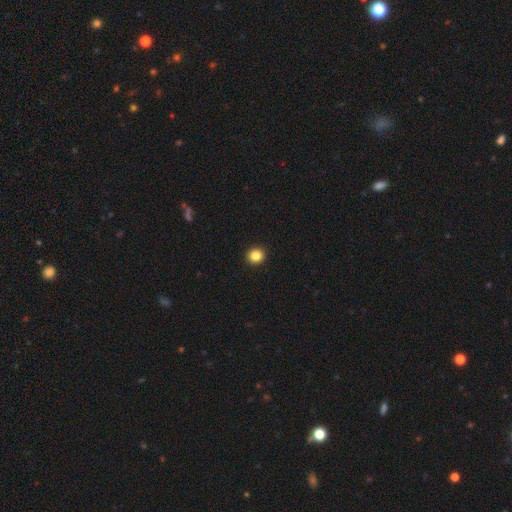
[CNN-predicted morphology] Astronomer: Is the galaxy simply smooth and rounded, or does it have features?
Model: smooth — 85%.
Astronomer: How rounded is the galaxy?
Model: round — 91%.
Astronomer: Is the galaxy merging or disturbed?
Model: none — 94%.